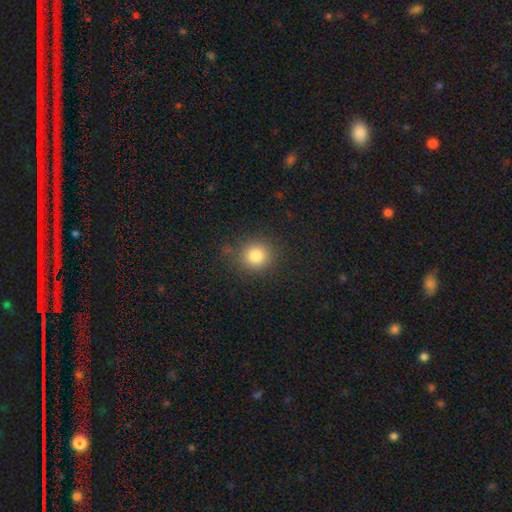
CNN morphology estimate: Smooth or featured?
  - smooth: 82% *
  - star or artifact: 12%
  - featured or disk: 6%
How rounded?
  - round: 89% *
  - in between: 10%
  - cigar-shaped: 1%
Merging?
  - none: 83% *
  - minor disturbance: 11%
  - major disturbance: 4%
  - merger: 2%